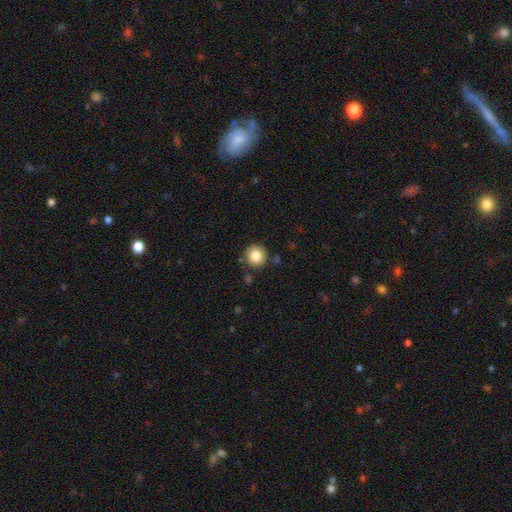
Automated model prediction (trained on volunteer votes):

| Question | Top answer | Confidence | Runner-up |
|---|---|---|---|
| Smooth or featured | smooth | 83% | star or artifact (10%) |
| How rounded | round | 95% | in between (4%) |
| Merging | none | 87% | minor disturbance (8%) |